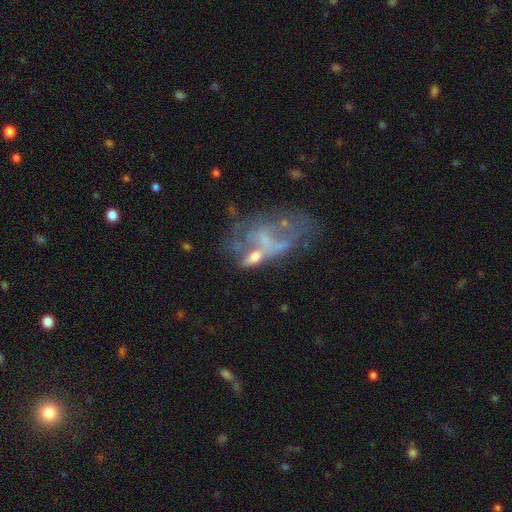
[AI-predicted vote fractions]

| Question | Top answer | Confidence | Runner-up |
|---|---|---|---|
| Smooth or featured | featured or disk | 57% | smooth (29%) |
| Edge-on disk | no | 95% | yes (5%) |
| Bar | no | 80% | weak (16%) |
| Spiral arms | no | 80% | yes (20%) |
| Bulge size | none | 46% | small (27%) |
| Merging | major disturbance | 39% | merger (26%) |